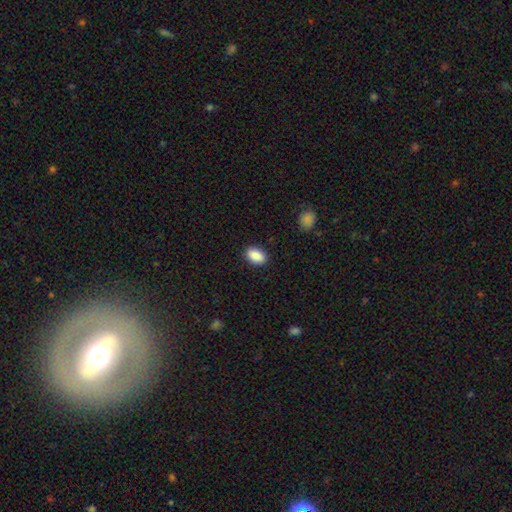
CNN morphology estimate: This is clearly a smooth galaxy (89%). How rounded: clearly in between (89%). Merging: clearly none (88%).